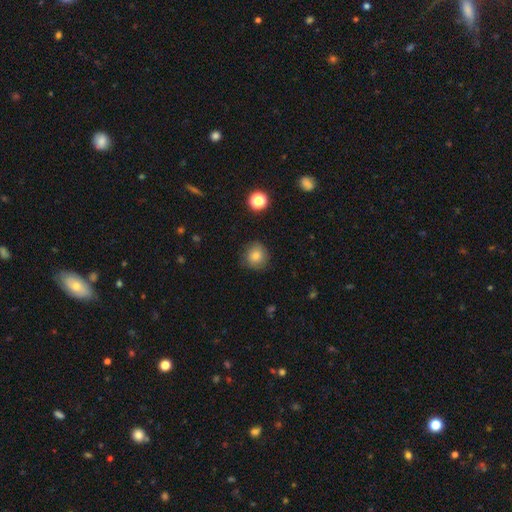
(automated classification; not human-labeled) This is likely a smooth galaxy (77%). How rounded: clearly round (89%). Merging: clearly none (82%).